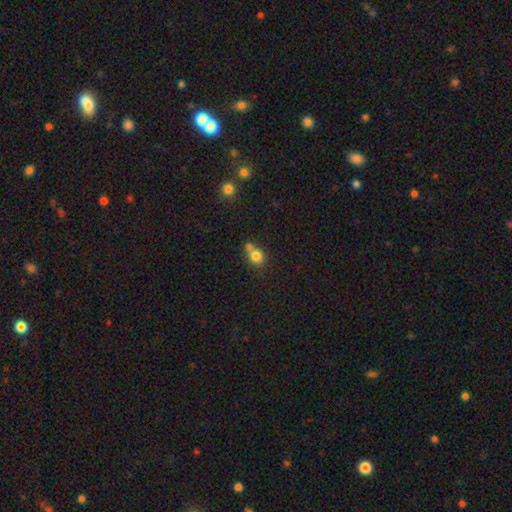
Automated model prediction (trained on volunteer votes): A smooth galaxy with no disk features (80%) that is round (70%). Merging: merger (44%).